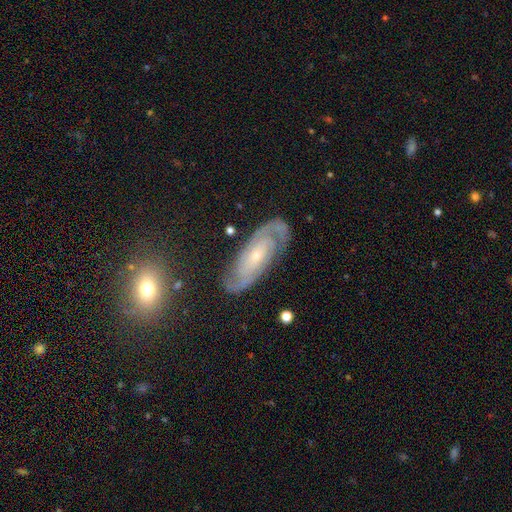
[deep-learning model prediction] Smooth or featured? Predicted: featured or disk (p=0.87). Edge-on disk? Predicted: no (p=0.94). Bar? Predicted: no (p=0.59). Spiral arms? Predicted: yes (p=0.97). Spiral winding? Predicted: tight (p=0.64). Spiral arm count? Predicted: 2 (p=0.78). Bulge size? Predicted: small (p=0.70). Merging? Predicted: none (p=0.81).